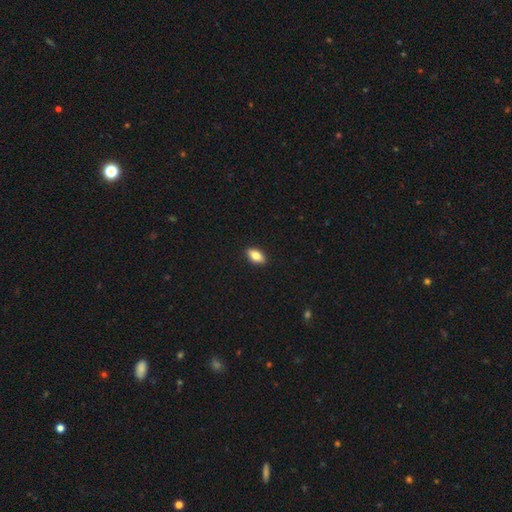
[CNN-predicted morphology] Smooth or featured?
  - smooth: 80% *
  - featured or disk: 13%
  - star or artifact: 7%
How rounded?
  - in between: 89% *
  - cigar-shaped: 7%
  - round: 4%
Merging?
  - none: 90% *
  - minor disturbance: 7%
  - major disturbance: 2%
  - merger: 1%